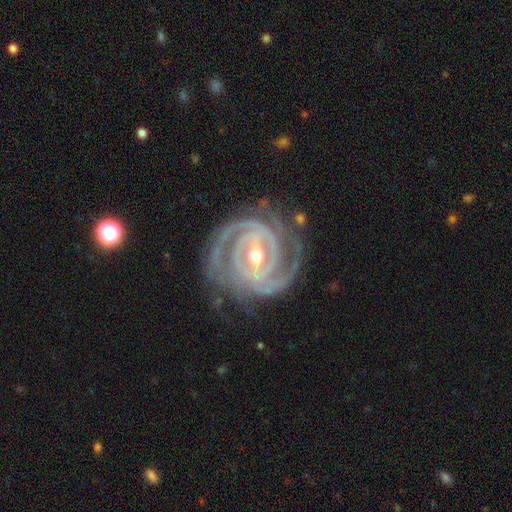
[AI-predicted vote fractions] smooth_or_featured: featured or disk (p=0.94) [alt: star or artifact p=0.04]
disk_edge_on: no (p=0.97) [alt: yes p=0.03]
bar: strong (p=0.57) [alt: weak p=0.31]
has_spiral_arms: yes (p=0.99) [alt: no p=0.01]
spiral_winding: tight (p=0.83) [alt: medium p=0.15]
spiral_arm_count: 2 (p=0.62) [alt: 3 p=0.18]
bulge_size: moderate (p=0.55) [alt: small p=0.42]
merging: none (p=0.79) [alt: minor disturbance p=0.15]